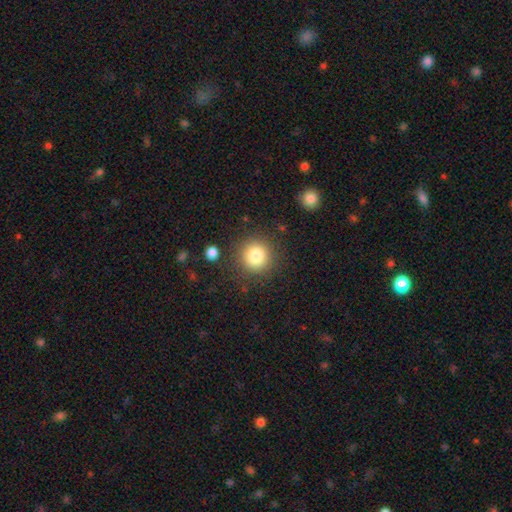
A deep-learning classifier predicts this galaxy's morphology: This is clearly a smooth galaxy (83%). How rounded: clearly round (93%). Merging: clearly none (86%).